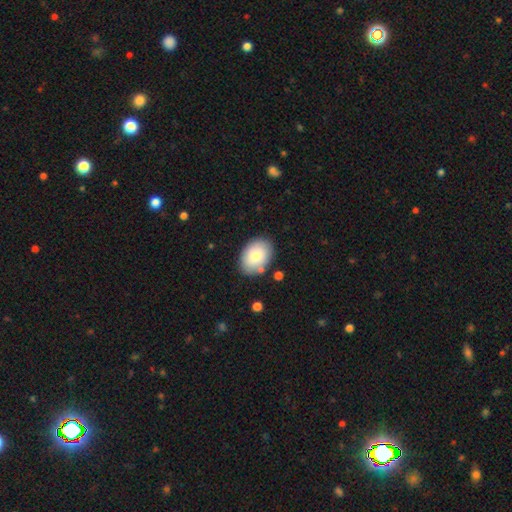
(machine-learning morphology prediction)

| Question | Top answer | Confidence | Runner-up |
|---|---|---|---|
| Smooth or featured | smooth | 79% | featured or disk (14%) |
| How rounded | in between | 78% | round (21%) |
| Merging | none | 82% | minor disturbance (12%) |